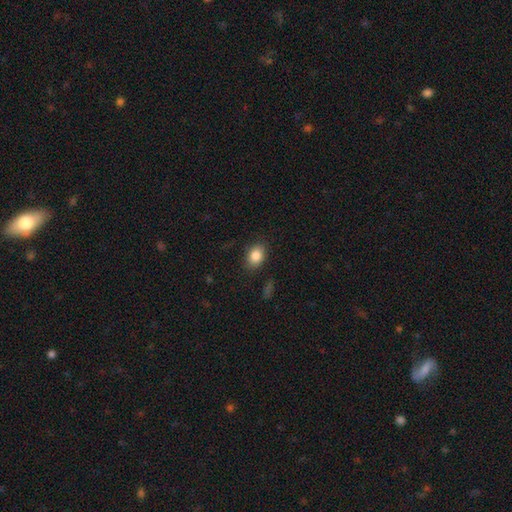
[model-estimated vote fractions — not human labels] Smooth or featured? Predicted: smooth (p=0.85). How rounded? Predicted: in between (p=0.71). Merging? Predicted: none (p=0.84).